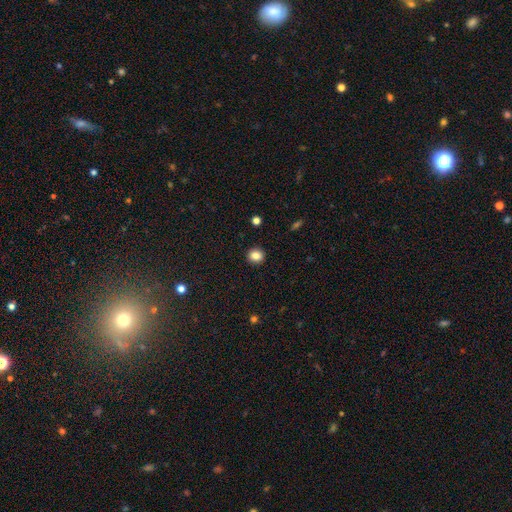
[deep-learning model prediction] Smooth or featured? Predicted: smooth (p=0.84). How rounded? Predicted: round (p=0.84). Merging? Predicted: none (p=0.92).